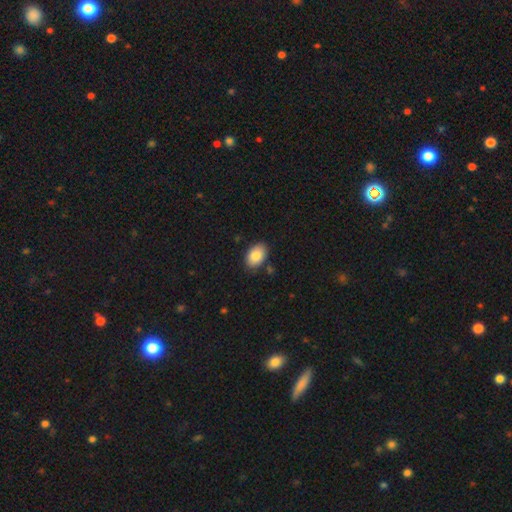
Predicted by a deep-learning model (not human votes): smooth-or-featured: smooth: 85% | featured or disk: 8% | star or artifact: 7%
  how-rounded: in between: 90% | round: 9% | cigar-shaped: 1%
  merging: none: 84% | minor disturbance: 12% | major disturbance: 2% | merger: 2%